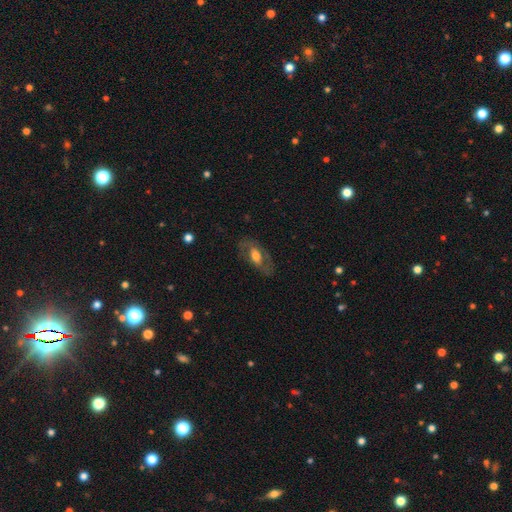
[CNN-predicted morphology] smooth_or_featured: featured or disk (p=0.55) [alt: smooth p=0.38]
disk_edge_on: no (p=0.86) [alt: yes p=0.14]
merging: none (p=0.70) [alt: minor disturbance p=0.17]